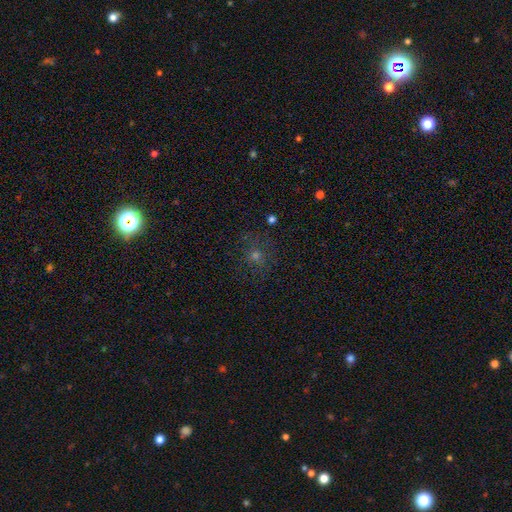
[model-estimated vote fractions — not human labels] Overall: smooth (46%; star or artifact 36%). Merging: none (80%).